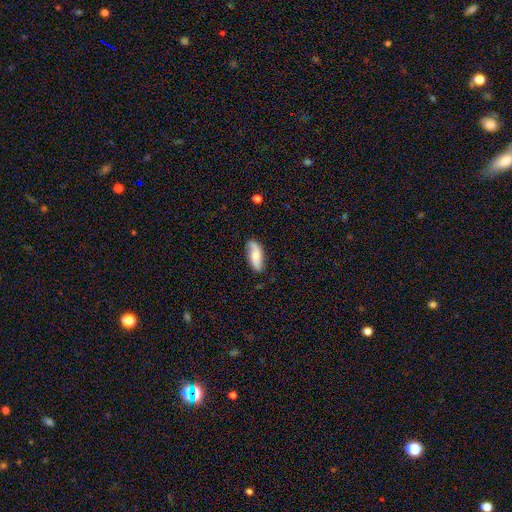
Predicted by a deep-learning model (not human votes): Smooth or featured? smooth (53%)
How rounded? in between (79%)
Merging? none (74%)